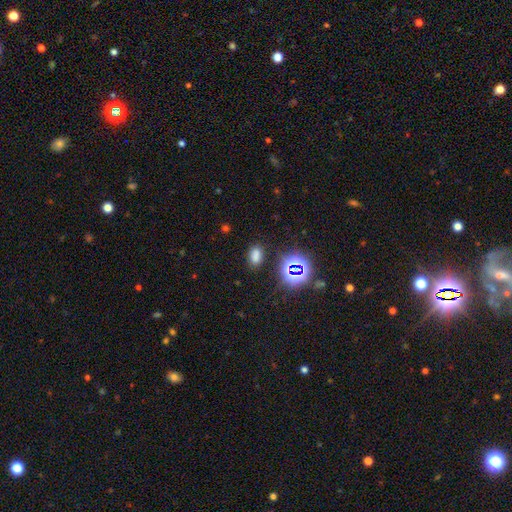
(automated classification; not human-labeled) Q: Smooth or featured?
A: smooth (67%); runner-up: star or artifact (27%)
Q: How rounded?
A: in between (83%); runner-up: round (14%)
Q: Merging?
A: none (79%); runner-up: minor disturbance (12%)